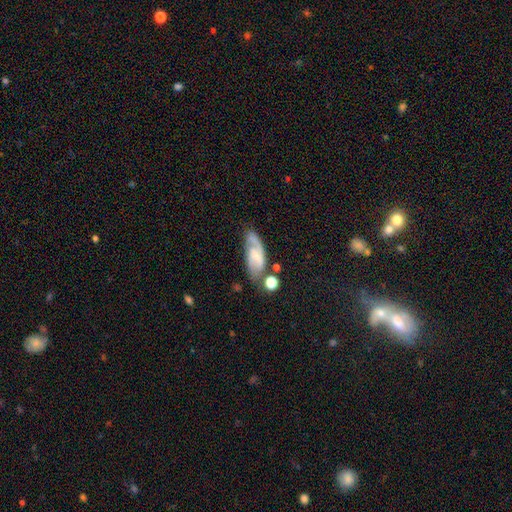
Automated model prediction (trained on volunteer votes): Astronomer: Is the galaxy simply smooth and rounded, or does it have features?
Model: featured or disk — 65%.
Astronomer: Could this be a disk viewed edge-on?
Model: no — 89%.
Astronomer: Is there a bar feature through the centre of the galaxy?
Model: no — 42%, tied with weak at 42%.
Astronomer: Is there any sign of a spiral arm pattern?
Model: yes — 88%.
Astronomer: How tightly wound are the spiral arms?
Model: medium — 45% (runner-up: tight, 34%).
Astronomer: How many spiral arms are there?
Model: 2 — 68%.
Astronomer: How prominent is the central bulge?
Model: small — 46% (runner-up: none, 27%).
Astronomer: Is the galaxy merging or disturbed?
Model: none — 59%.